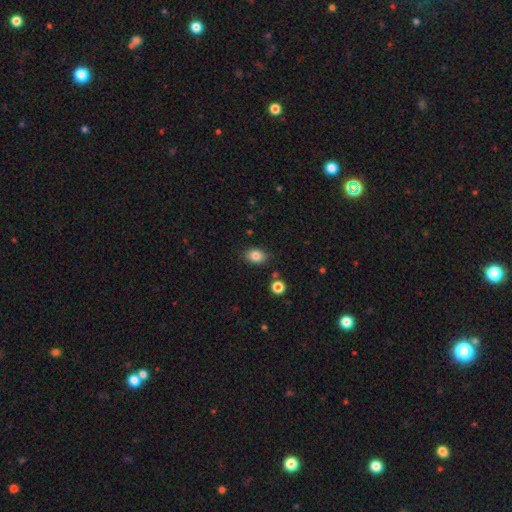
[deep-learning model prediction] Smooth or featured?
  - smooth: 84% *
  - star or artifact: 10%
  - featured or disk: 6%
How rounded?
  - in between: 74% *
  - round: 25%
  - cigar-shaped: 1%
Merging?
  - none: 85% *
  - minor disturbance: 10%
  - major disturbance: 3%
  - merger: 3%